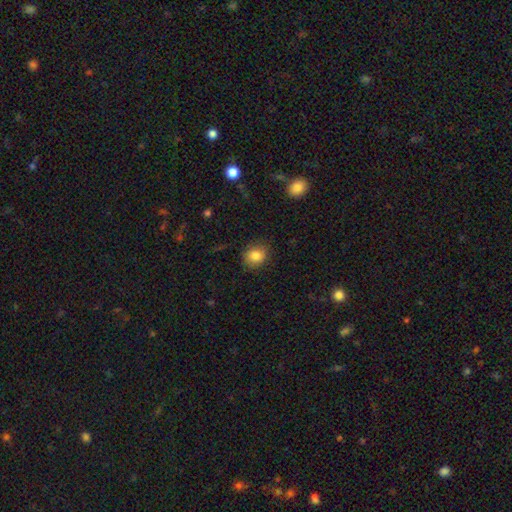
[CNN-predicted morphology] type=smooth (84%); roundness=round (70%); merging=none (85%).